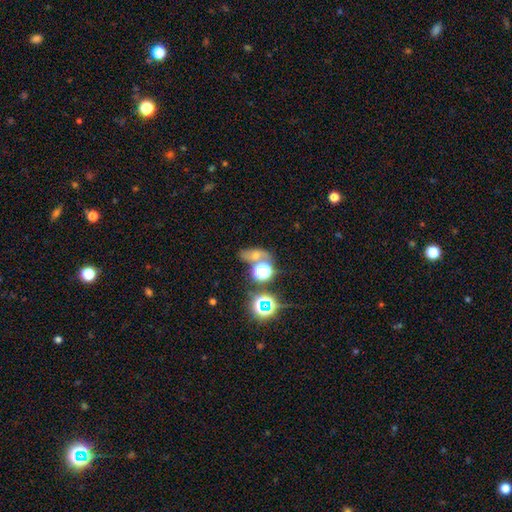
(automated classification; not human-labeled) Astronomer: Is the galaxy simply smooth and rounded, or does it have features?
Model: star or artifact — 45% (runner-up: smooth, 36%).